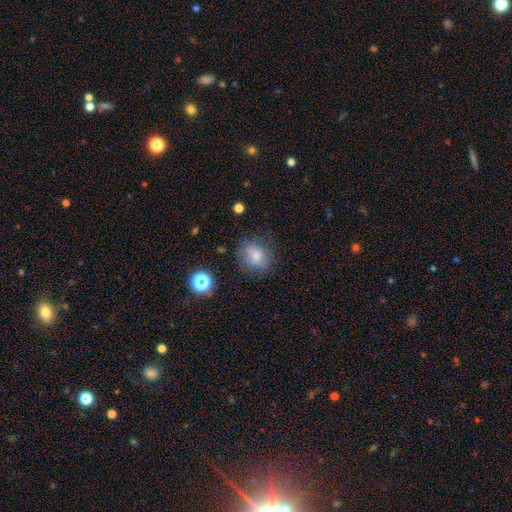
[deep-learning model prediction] Overall: smooth (76%). How rounded: round (64%; in between 35%). Merging: none (74%).